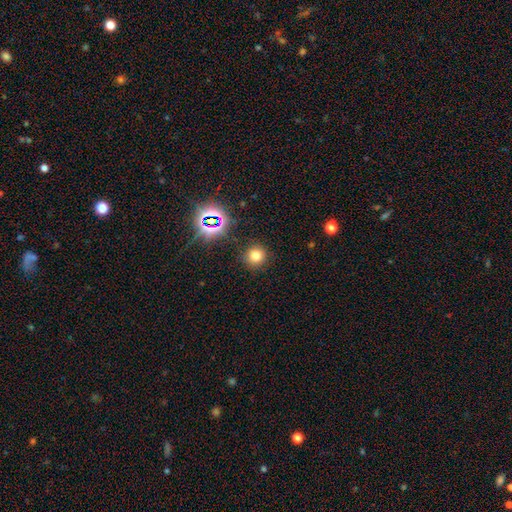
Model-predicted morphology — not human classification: This is likely a smooth galaxy (74%). How rounded: clearly round (92%). Merging: clearly none (88%).